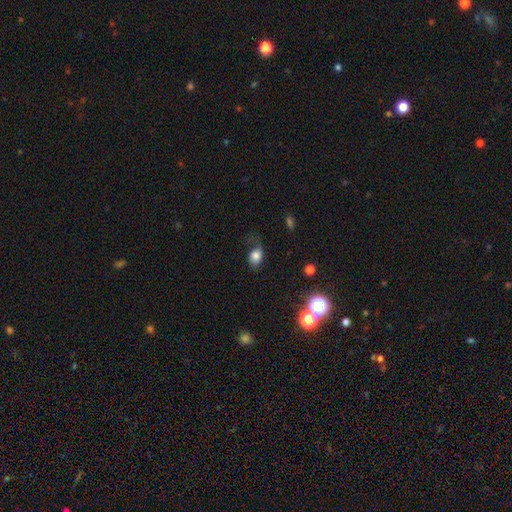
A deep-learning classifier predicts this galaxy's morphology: Q: Smooth or featured?
A: smooth (75%); runner-up: featured or disk (14%)
Q: How rounded?
A: in between (70%); runner-up: round (28%)
Q: Merging?
A: none (42%); runner-up: minor disturbance (28%)